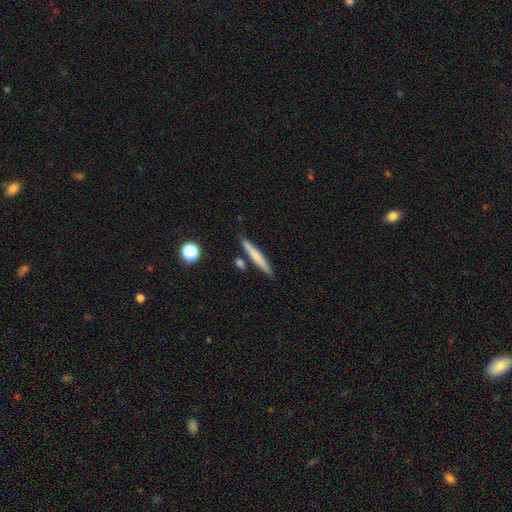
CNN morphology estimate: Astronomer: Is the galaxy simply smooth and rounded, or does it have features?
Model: smooth — 68%.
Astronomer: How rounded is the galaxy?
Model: cigar-shaped — 95%.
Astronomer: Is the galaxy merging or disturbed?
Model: none — 83%.